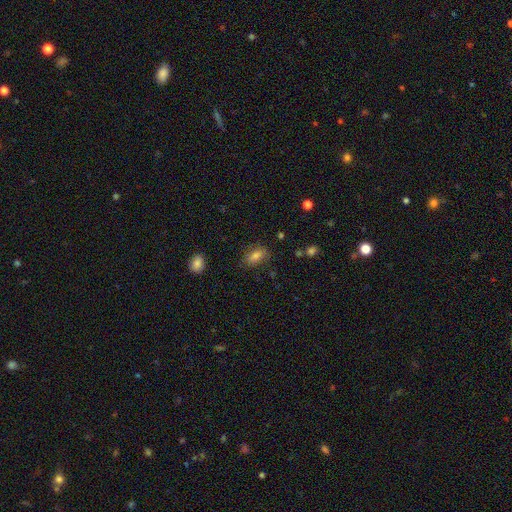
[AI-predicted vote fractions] The model was most divided on "merging": none: 81%, minor disturbance: 14%, major disturbance: 4%, merger: 2%. More confident: how rounded — in between (86%); smooth or featured — smooth (80%).